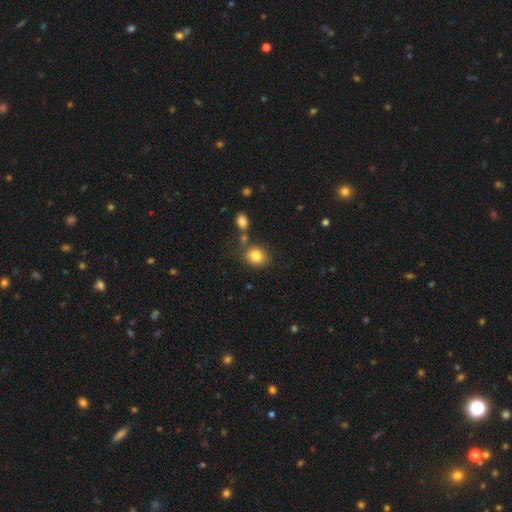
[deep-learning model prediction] A smooth galaxy with no disk features (83%) that is round (60%).

Vote fractions:
- Smooth or featured? smooth: 83% / star or artifact: 10% / featured or disk: 7%
- How rounded? round: 60% / in between: 39% / cigar-shaped: 1%
- Merging? none: 69% / merger: 13% / minor disturbance: 13% / major disturbance: 4%